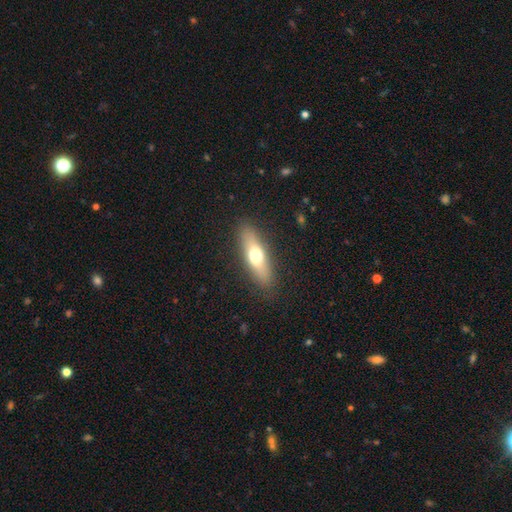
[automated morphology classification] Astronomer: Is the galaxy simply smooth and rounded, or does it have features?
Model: smooth — 61%.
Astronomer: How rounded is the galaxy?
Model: cigar-shaped — 54% (runner-up: in between, 43%).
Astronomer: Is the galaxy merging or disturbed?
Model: none — 87%.